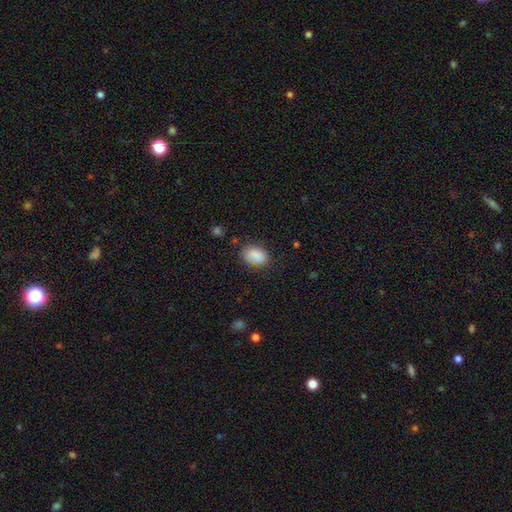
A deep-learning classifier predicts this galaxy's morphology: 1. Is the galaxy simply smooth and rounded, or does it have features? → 85% smooth, 8% star or artifact, 6% featured or disk.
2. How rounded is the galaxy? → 79% in between, 19% round, 1% cigar-shaped.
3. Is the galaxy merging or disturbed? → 73% none, 19% minor disturbance, 5% major disturbance, 2% merger.